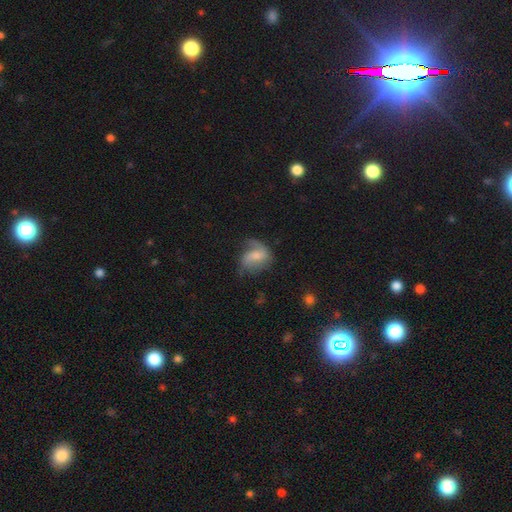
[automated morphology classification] Smooth or featured: featured or disk — 56% (smooth — 36%)
Edge-on disk: no — 97% (yes — 3%)
Bar: weak — 45% (no — 42%)
Spiral arms: yes — 84% (no — 16%)
Bulge size: small — 39% (moderate — 38%)
Merging: none — 45% (minor disturbance — 27%)